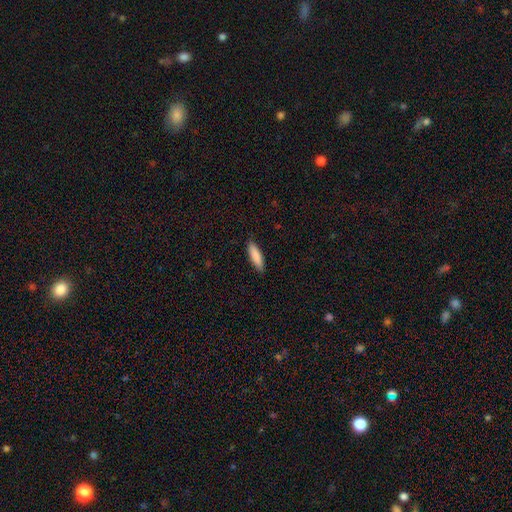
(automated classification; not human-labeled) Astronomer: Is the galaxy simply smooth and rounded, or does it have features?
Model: smooth — 87%.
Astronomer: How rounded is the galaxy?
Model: cigar-shaped — 66%.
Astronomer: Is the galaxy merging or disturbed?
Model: none — 89%.